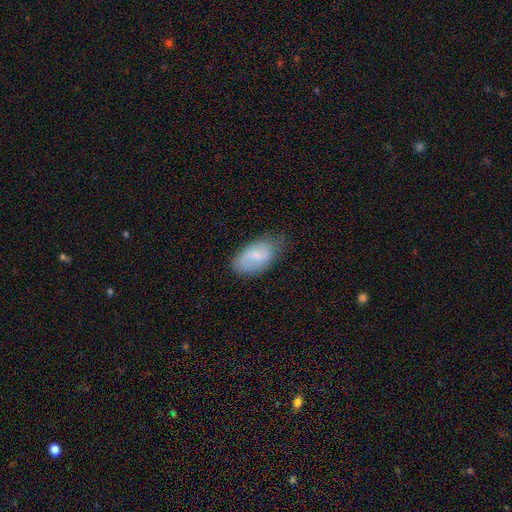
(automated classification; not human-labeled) This appears to be a smooth galaxy with no disk features (61%) that is in between round and cigar-shaped (93%). Merging: none (60%).